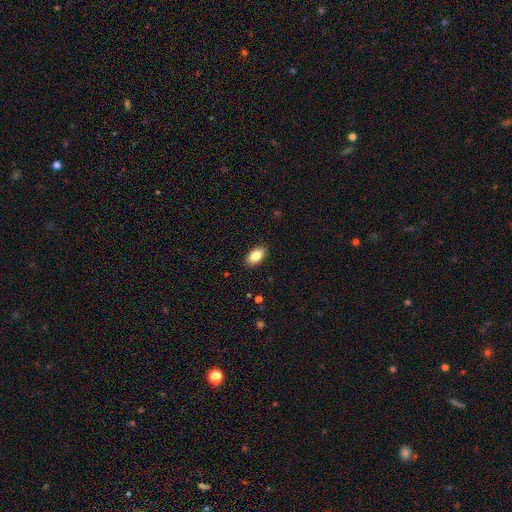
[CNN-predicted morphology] The model was most divided on "smooth or featured": smooth: 84%, featured or disk: 8%, star or artifact: 7%. More confident: how rounded — in between (92%); merging — none (89%).